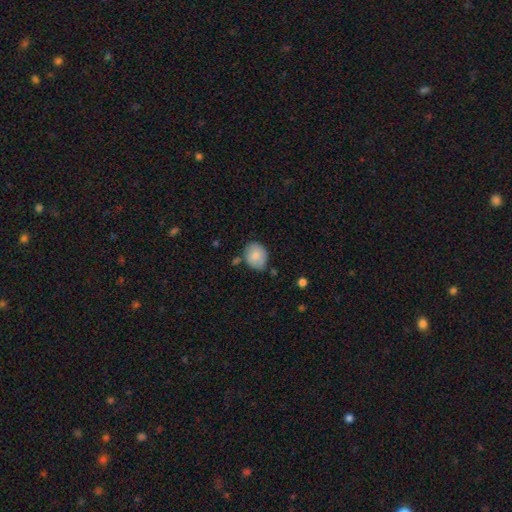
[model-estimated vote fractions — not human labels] Morphology: type=smooth (82%); roundness=in between (53%); merging=none (68%).